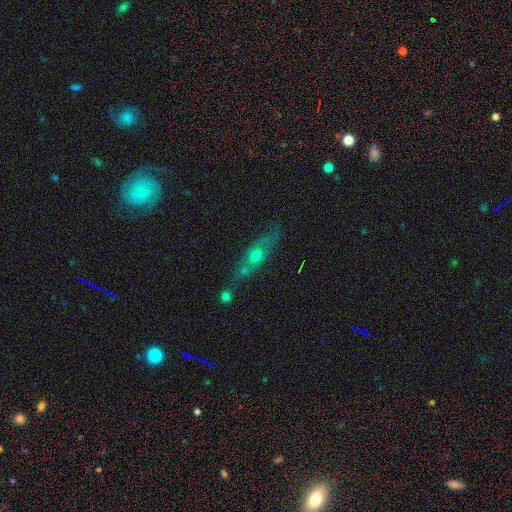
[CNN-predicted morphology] Q: Smooth or featured?
A: featured or disk (57%); runner-up: smooth (34%)
Q: Edge-on disk?
A: no (55%); runner-up: yes (45%)
Q: Merging?
A: none (57%); runner-up: minor disturbance (21%)